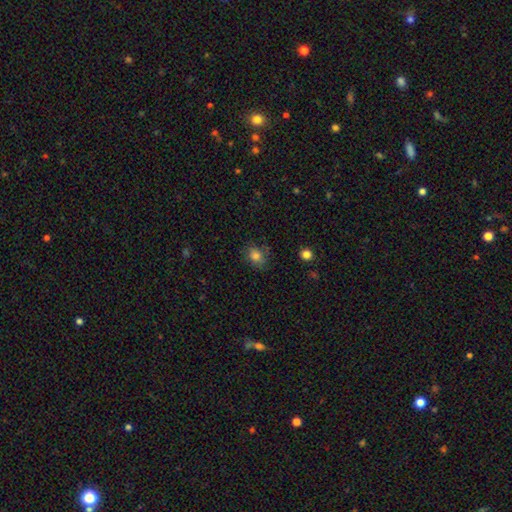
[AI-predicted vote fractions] Smooth or featured? Predicted: smooth (p=0.76). How rounded? Predicted: round (p=0.50). Merging? Predicted: none (p=0.71).